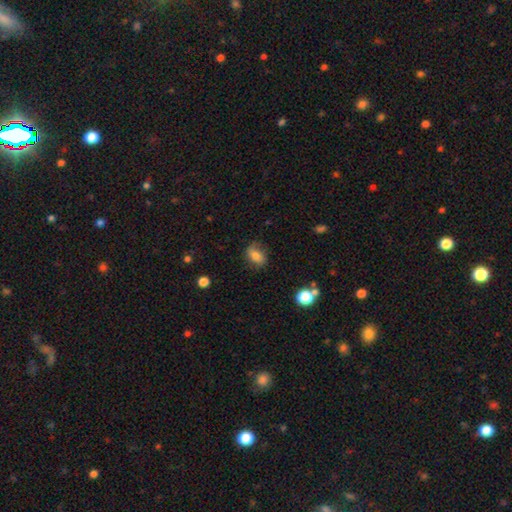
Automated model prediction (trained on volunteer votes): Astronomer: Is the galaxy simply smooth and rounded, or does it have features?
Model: smooth — 74%.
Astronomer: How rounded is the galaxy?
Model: in between — 77%.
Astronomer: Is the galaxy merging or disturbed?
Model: none — 68%.